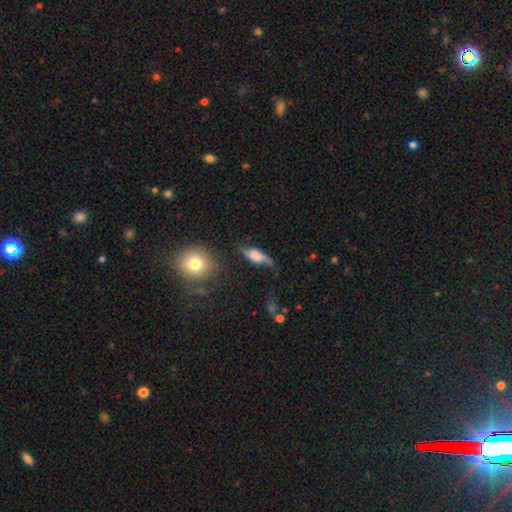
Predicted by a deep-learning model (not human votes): Q: Smooth or featured?
A: featured or disk (46%); runner-up: smooth (45%)
Q: Merging?
A: none (46%); runner-up: minor disturbance (30%)